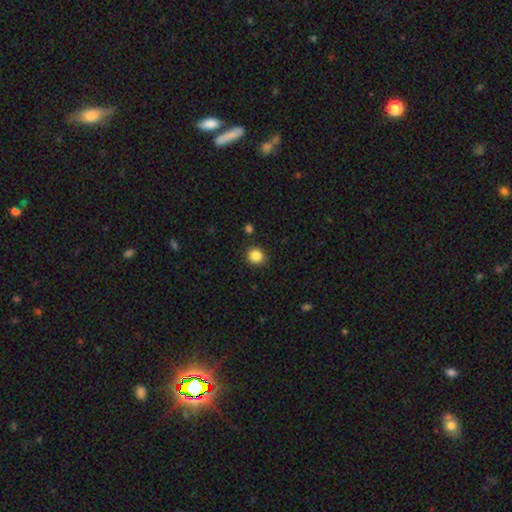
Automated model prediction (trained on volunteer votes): A smooth galaxy with no disk features (85%) that is round (83%).

Vote fractions:
- Smooth or featured? smooth: 85% / star or artifact: 11% / featured or disk: 4%
- How rounded? round: 83% / in between: 16% / cigar-shaped: 1%
- Merging? none: 89% / minor disturbance: 7% / major disturbance: 2% / merger: 2%